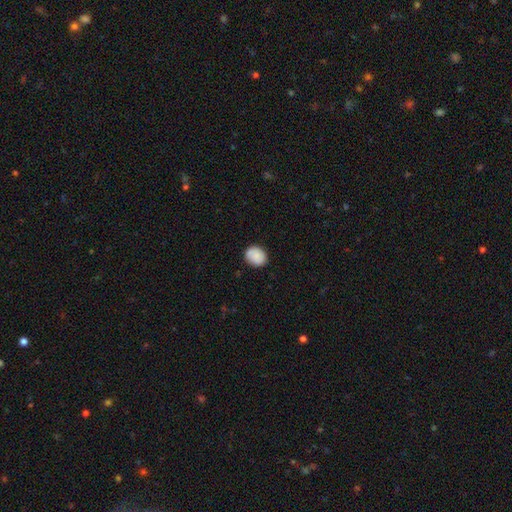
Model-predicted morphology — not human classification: A smooth galaxy with no disk features (83%) that is round (64%). Merging: none (83%).